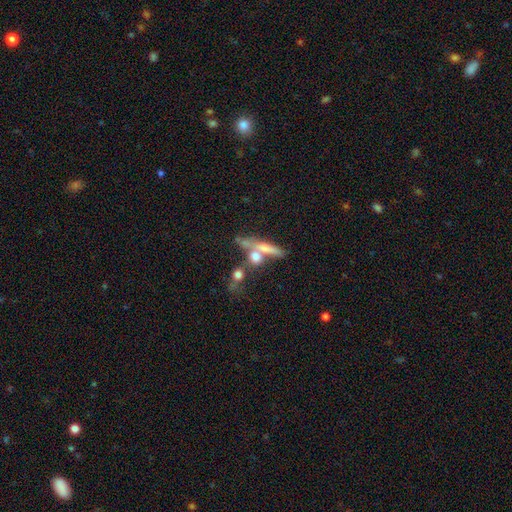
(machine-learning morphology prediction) Smooth or featured?
  - smooth: 57% *
  - featured or disk: 31%
  - star or artifact: 12%
How rounded?
  - cigar-shaped: 49% *
  - in between: 26%
  - round: 25%
Merging?
  - none: 40% *
  - merger: 39%
  - minor disturbance: 12%
  - major disturbance: 10%